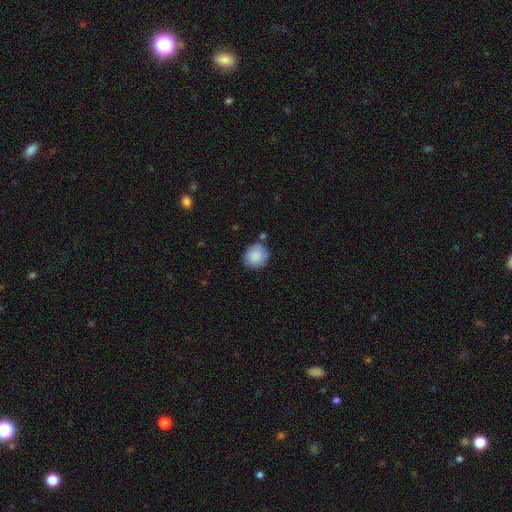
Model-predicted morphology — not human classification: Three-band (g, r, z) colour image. It shows a smooth galaxy with no disk features (88%) that is round (80%). Merging: none (74%).